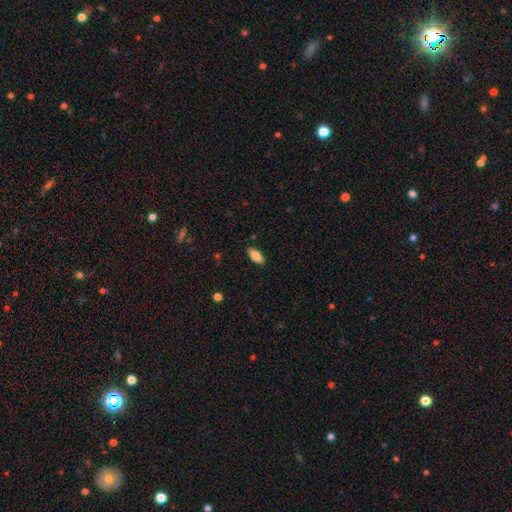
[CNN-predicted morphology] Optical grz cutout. It shows a smooth galaxy with no disk features (80%) that is in between round and cigar-shaped (87%). Merging: none (88%).